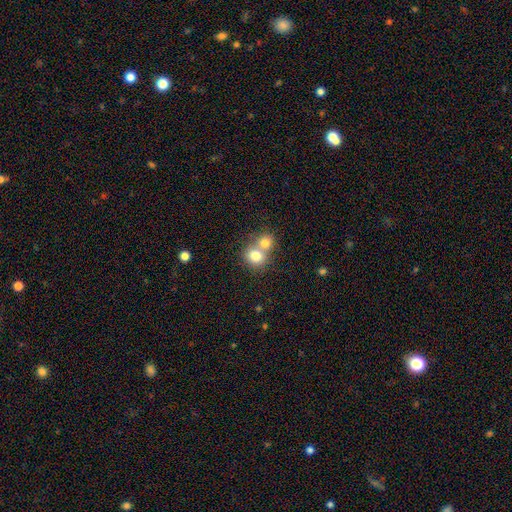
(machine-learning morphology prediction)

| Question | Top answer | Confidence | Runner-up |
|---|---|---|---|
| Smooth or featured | smooth | 78% | featured or disk (13%) |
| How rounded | round | 71% | in between (28%) |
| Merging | merger | 62% | none (30%) |